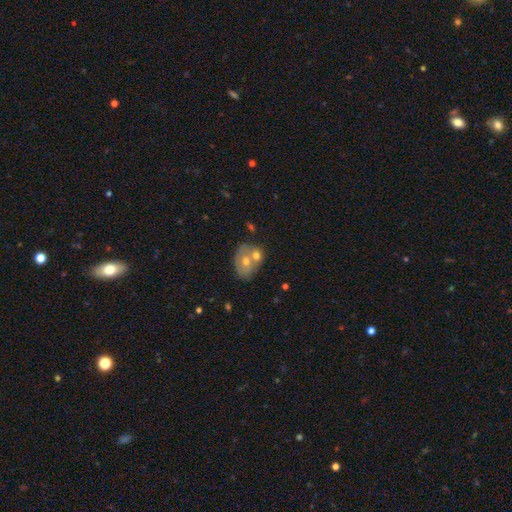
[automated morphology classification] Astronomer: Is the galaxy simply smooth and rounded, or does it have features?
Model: featured or disk — 44% (runner-up: smooth, 38%).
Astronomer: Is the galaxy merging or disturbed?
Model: none — 59%.